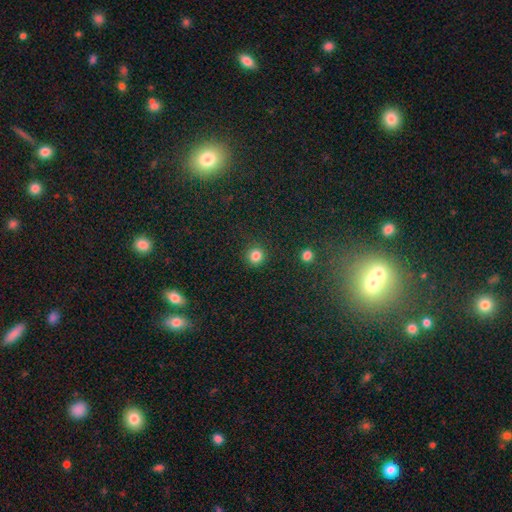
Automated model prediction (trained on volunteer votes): Smooth or featured? smooth (84%)
How rounded? round (94%)
Merging? none (90%)